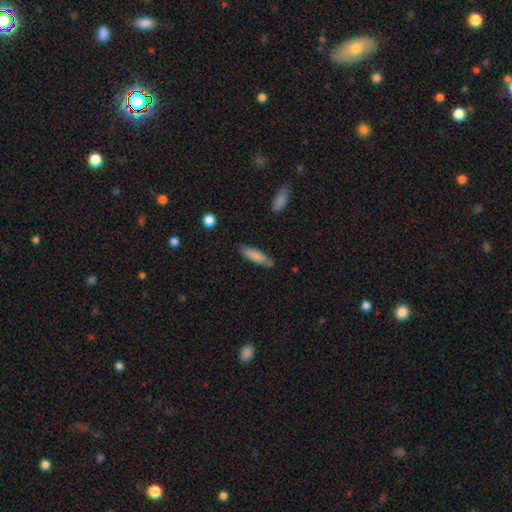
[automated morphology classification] Smooth or featured: smooth — 81% (featured or disk — 13%)
How rounded: cigar-shaped — 65% (in between — 34%)
Merging: none — 77% (minor disturbance — 17%)